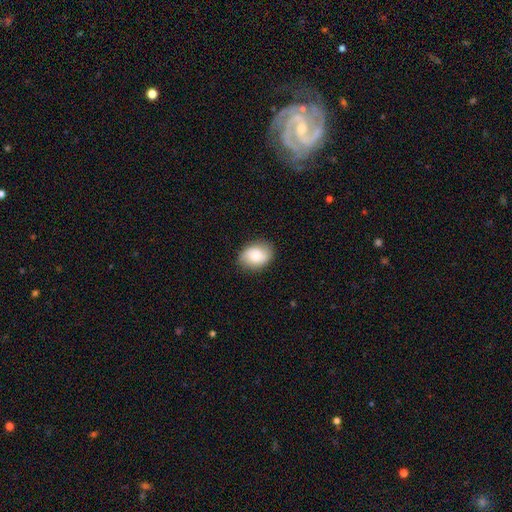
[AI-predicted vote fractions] Smooth or featured: smooth — 74% (featured or disk — 19%)
How rounded: in between — 70% (round — 29%)
Merging: none — 83% (minor disturbance — 13%)